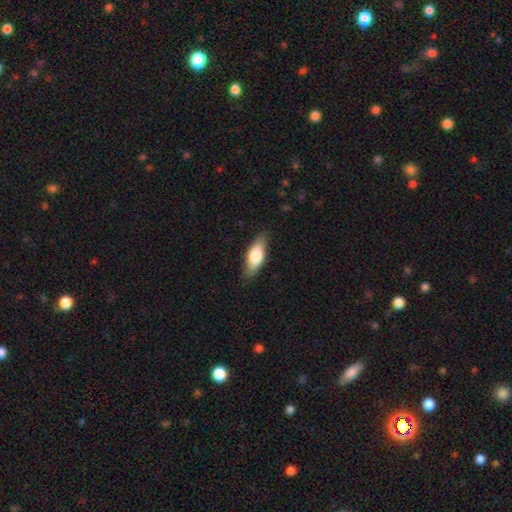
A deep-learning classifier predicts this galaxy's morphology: Smooth or featured? smooth (73%)
How rounded? in between (75%)
Merging? none (83%)